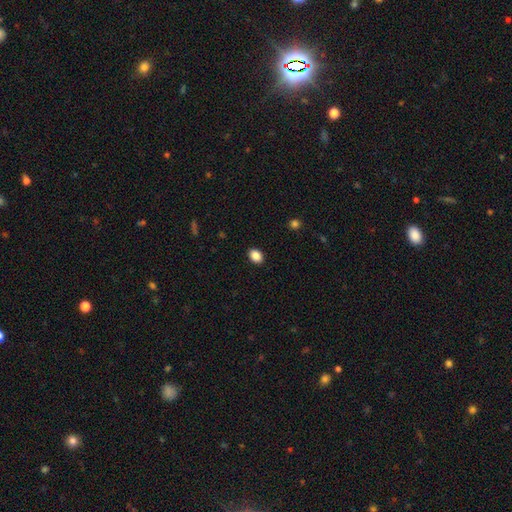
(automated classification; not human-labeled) Smooth or featured? smooth (88%)
How rounded? in between (72%)
Merging? none (90%)